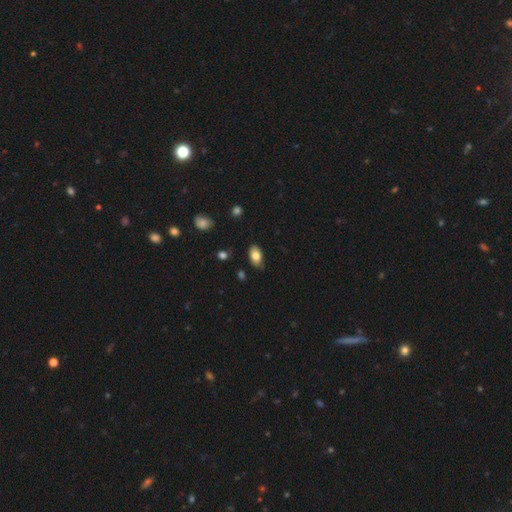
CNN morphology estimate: Smooth or featured? Predicted: smooth (p=0.80). How rounded? Predicted: in between (p=0.92). Merging? Predicted: none (p=0.77).